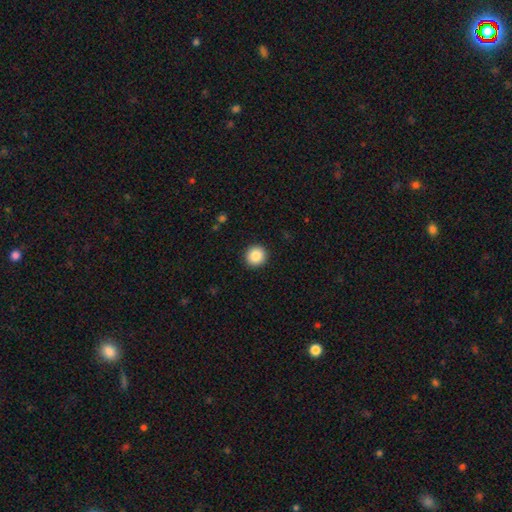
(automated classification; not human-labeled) A smooth galaxy with no disk features (87%) that is round (94%). Merging: none (92%).